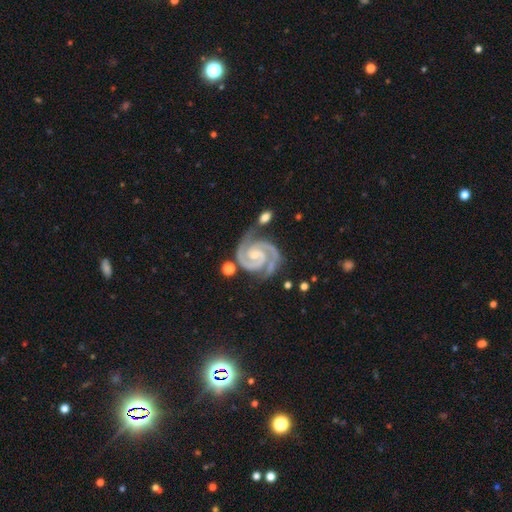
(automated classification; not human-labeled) Smooth or featured: featured or disk — 94% (star or artifact — 4%)
Edge-on disk: no — 98% (yes — 2%)
Bar: no — 58% (weak — 29%)
Spiral arms: yes — 99% (no — 1%)
Spiral winding: tight — 66% (medium — 31%)
Spiral arm count: 2 — 89% (3 — 6%)
Bulge size: small — 66% (moderate — 26%)
Merging: none — 69% (minor disturbance — 18%)